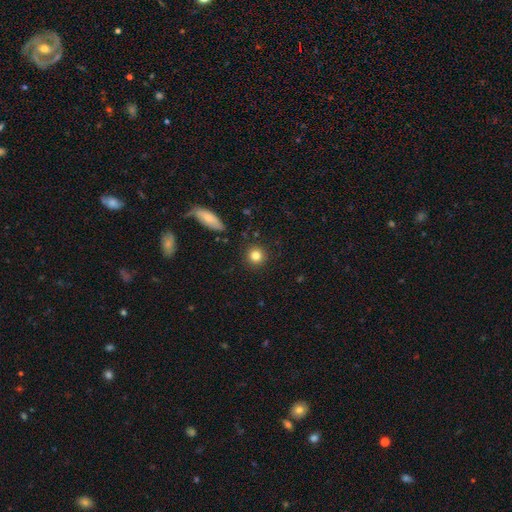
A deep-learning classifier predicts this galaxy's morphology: This is clearly a smooth galaxy (83%). How rounded: clearly round (93%). Merging: clearly none (90%).